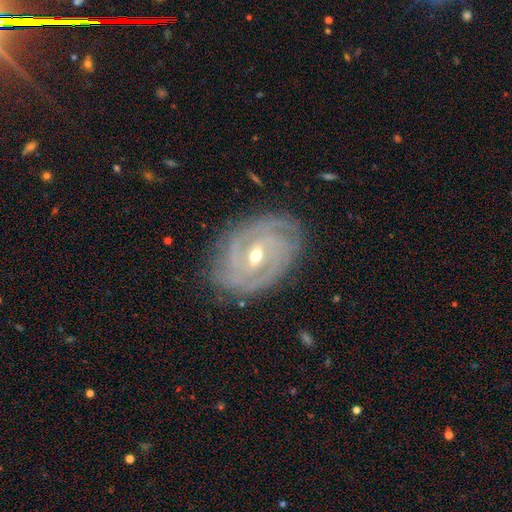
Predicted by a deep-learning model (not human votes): The model was most divided on "spiral arm count": 3: 29%, 2: 22%, can't tell: 19%, 4: 17%, more than 4: 7%, 1: 6%. Remaining: spiral arms — yes (97%); edge-on disk — no (96%); smooth or featured — featured or disk (89%); merging — none (82%); spiral winding — tight (76%); bulge size — moderate (53%); bar — weak (47%).